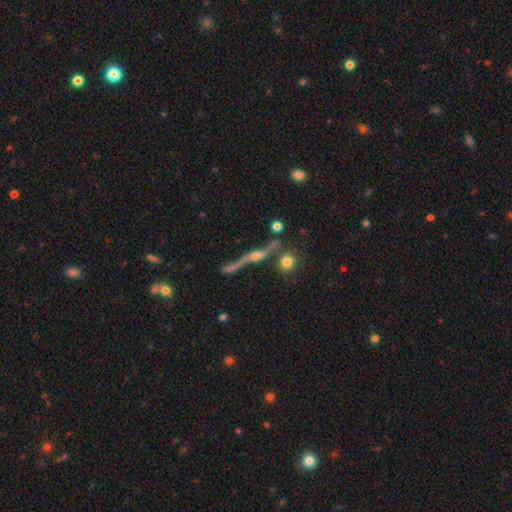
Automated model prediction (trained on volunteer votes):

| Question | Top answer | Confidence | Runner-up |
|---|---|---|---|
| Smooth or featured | featured or disk | 74% | star or artifact (13%) |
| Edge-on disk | yes | 95% | no (5%) |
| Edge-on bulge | rounded | 90% | none (6%) |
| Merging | none | 76% | merger (10%) |